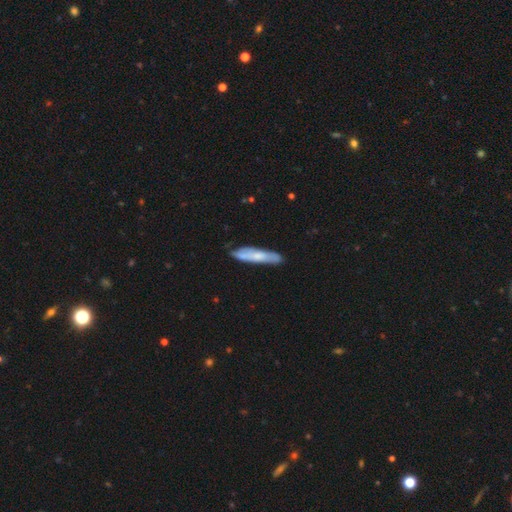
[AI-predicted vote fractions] A smooth galaxy with no disk features (58%) that is cigar-shaped (84%). Merging: none (78%).